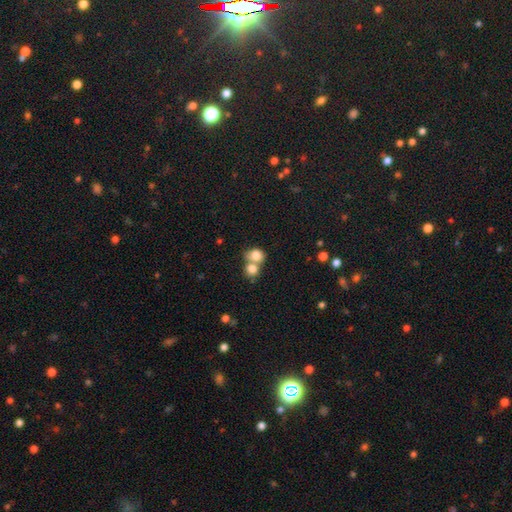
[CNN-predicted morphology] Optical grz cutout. It shows a smooth galaxy with no disk features (81%) that is round (60%). Merging: merger (60%).